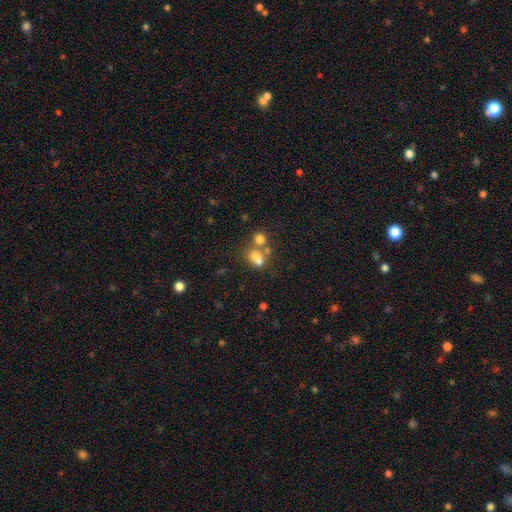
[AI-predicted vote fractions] smooth 67%, star or artifact 17%, featured or disk 17%. Down the decision tree: how rounded — round (52%); merging — merger (51%).